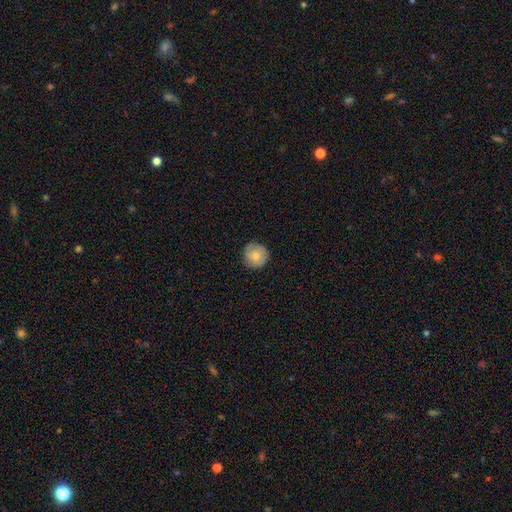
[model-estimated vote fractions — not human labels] This is likely a smooth galaxy (79%). How rounded: clearly round (95%). Merging: clearly none (87%).